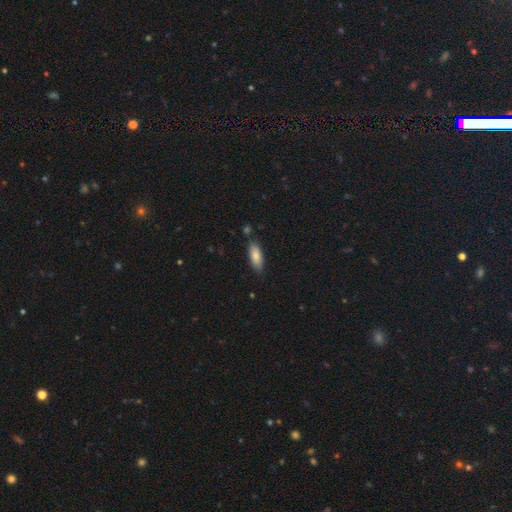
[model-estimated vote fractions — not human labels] Q: Smooth or featured?
A: smooth (82%); runner-up: featured or disk (12%)
Q: How rounded?
A: in between (73%); runner-up: cigar-shaped (25%)
Q: Merging?
A: none (79%); runner-up: minor disturbance (15%)